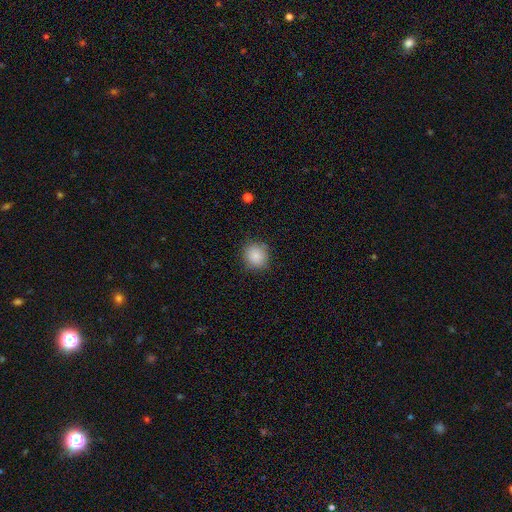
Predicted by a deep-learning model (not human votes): smooth-or-featured: smooth: 86% | star or artifact: 9% | featured or disk: 5%
  how-rounded: round: 83% | in between: 16% | cigar-shaped: 1%
  merging: none: 84% | minor disturbance: 12% | major disturbance: 3% | merger: 1%